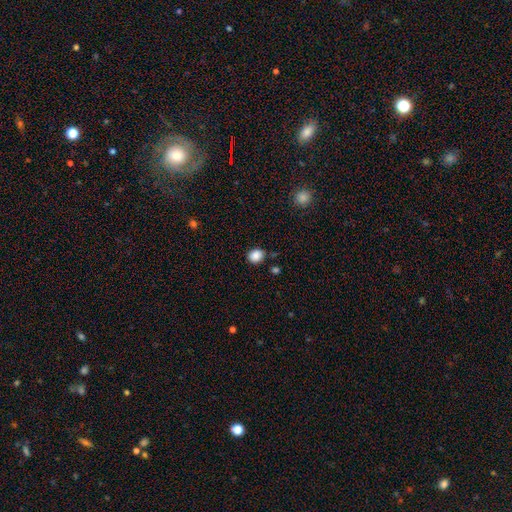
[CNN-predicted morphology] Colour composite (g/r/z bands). It shows a smooth galaxy with no disk features (87%) that is round (67%). Merging: none (80%).